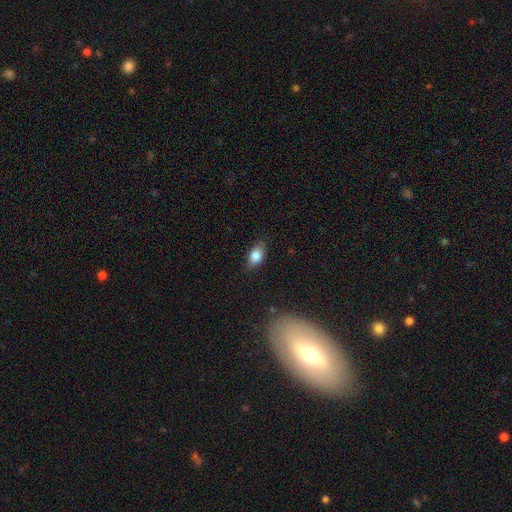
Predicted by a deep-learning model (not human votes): Q: Smooth or featured?
A: smooth (81%); runner-up: featured or disk (11%)
Q: How rounded?
A: in between (84%); runner-up: round (11%)
Q: Merging?
A: none (80%); runner-up: minor disturbance (15%)